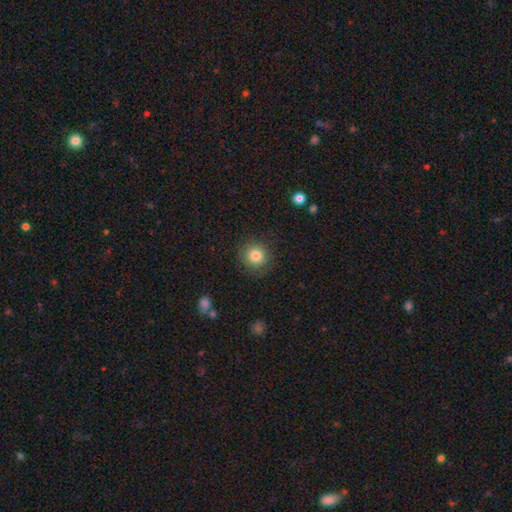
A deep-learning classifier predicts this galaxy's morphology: Q: Smooth or featured?
A: smooth (82%); runner-up: star or artifact (10%)
Q: How rounded?
A: round (92%); runner-up: in between (7%)
Q: Merging?
A: none (84%); runner-up: minor disturbance (11%)